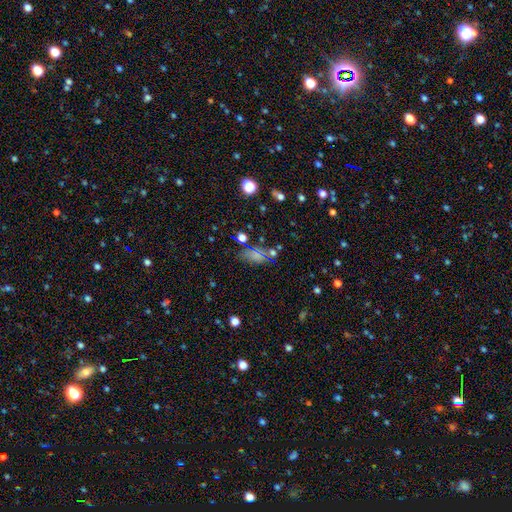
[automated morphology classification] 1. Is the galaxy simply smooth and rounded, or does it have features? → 57% smooth, 28% star or artifact, 15% featured or disk.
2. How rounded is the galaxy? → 78% in between, 11% cigar-shaped, 11% round.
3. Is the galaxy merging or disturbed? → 56% none, 22% minor disturbance, 13% major disturbance, 10% merger.